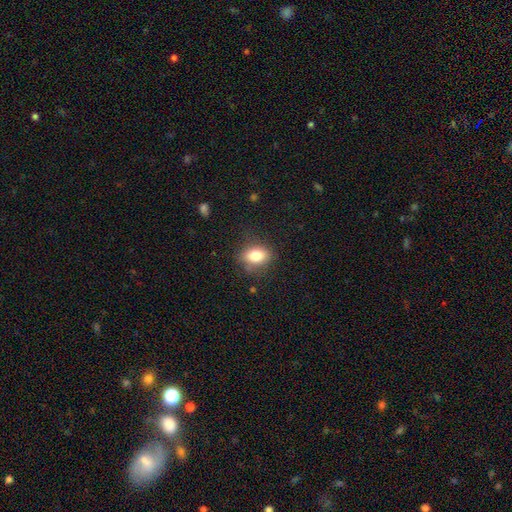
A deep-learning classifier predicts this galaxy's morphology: This is clearly a smooth galaxy (81%). How rounded: likely in between (69%). Merging: likely none (80%).